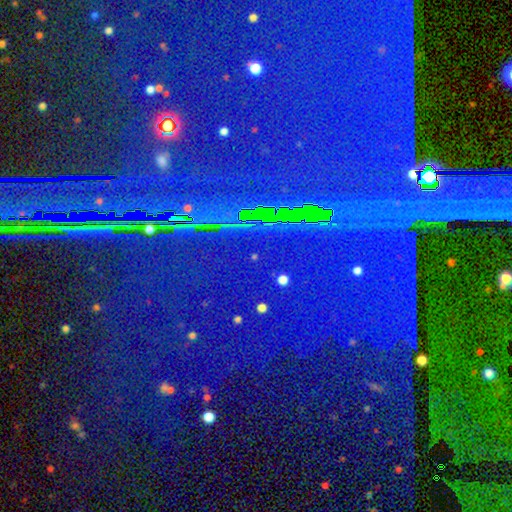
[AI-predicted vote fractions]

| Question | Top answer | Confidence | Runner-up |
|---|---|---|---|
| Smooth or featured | star or artifact | 85% | featured or disk (8%) |